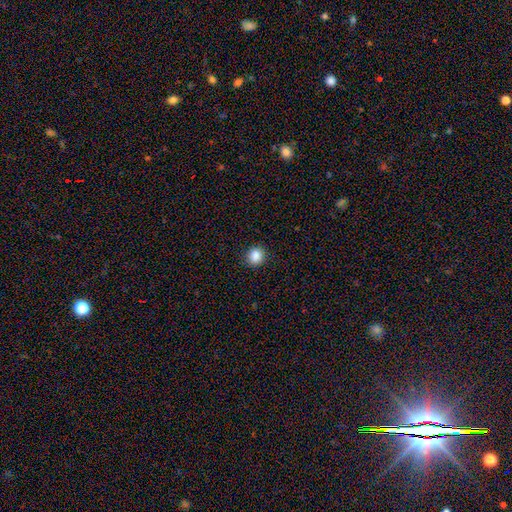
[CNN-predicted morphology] smooth_or_featured: smooth (p=0.86) [alt: star or artifact p=0.10]
how_rounded: round (p=0.87) [alt: in between p=0.12]
merging: none (p=0.90) [alt: minor disturbance p=0.07]